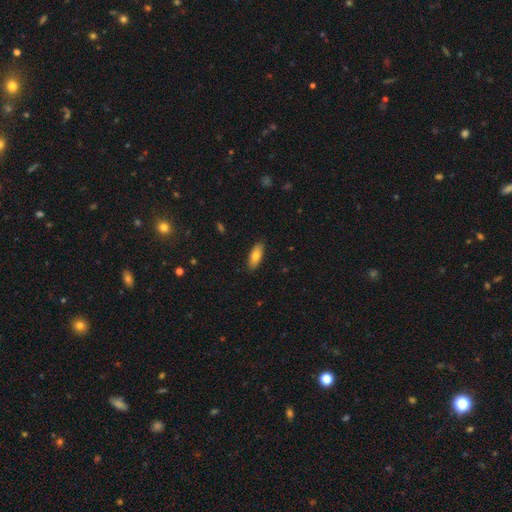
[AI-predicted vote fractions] smooth_or_featured: smooth (p=0.77) [alt: featured or disk p=0.16]
how_rounded: in between (p=0.77) [alt: cigar-shaped p=0.21]
merging: none (p=0.89) [alt: minor disturbance p=0.09]